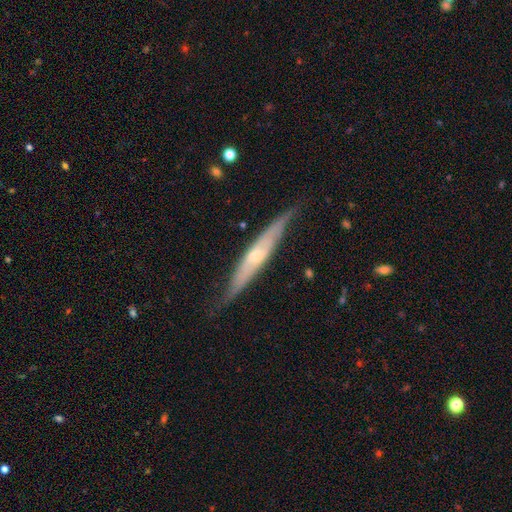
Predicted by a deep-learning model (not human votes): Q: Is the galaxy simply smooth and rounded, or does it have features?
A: featured or disk — 65%.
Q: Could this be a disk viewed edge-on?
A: yes — 79%.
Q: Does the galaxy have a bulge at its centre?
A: rounded — 56%.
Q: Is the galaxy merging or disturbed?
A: none — 74%.